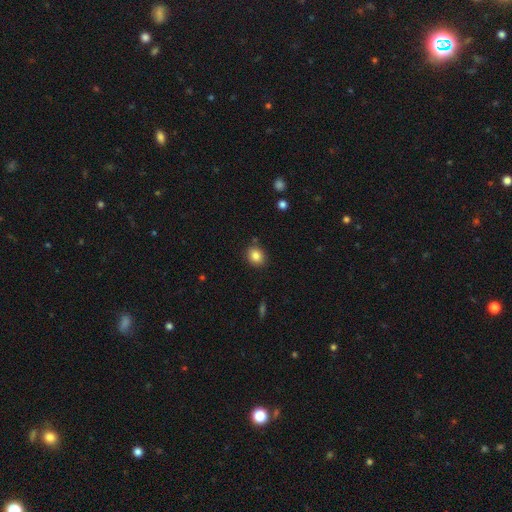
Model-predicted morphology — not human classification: Q: Smooth or featured?
A: smooth (84%); runner-up: star or artifact (10%)
Q: How rounded?
A: round (66%); runner-up: in between (33%)
Q: Merging?
A: none (85%); runner-up: minor disturbance (10%)